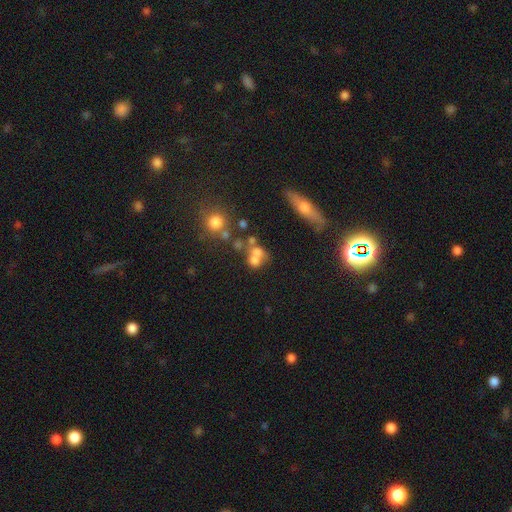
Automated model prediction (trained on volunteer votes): The model was most divided on "merging": merger: 51%, none: 31%, minor disturbance: 10%, major disturbance: 8%. More confident: how rounded — round (64%); smooth or featured — smooth (59%).